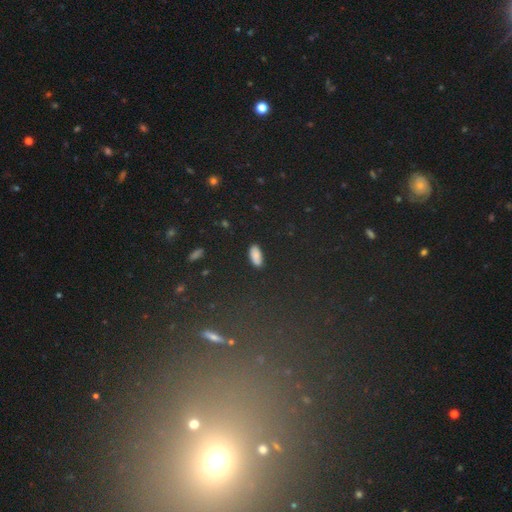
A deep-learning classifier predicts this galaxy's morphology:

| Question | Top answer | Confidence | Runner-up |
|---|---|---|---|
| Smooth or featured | smooth | 85% | star or artifact (10%) |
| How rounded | in between | 89% | cigar-shaped (8%) |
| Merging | none | 86% | minor disturbance (10%) |